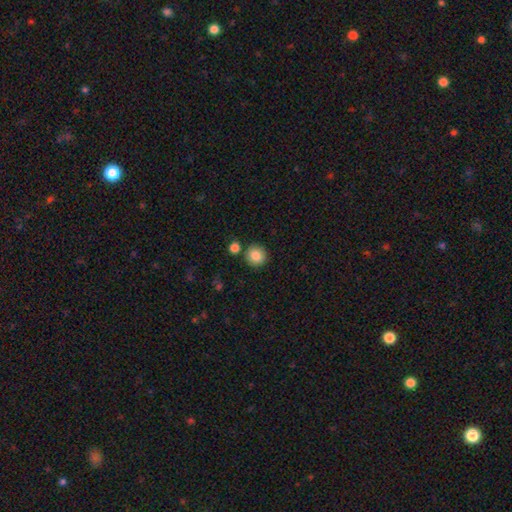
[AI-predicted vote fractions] Smooth or featured: smooth — 85% (star or artifact — 9%)
How rounded: round — 94% (in between — 5%)
Merging: none — 85% (minor disturbance — 7%)